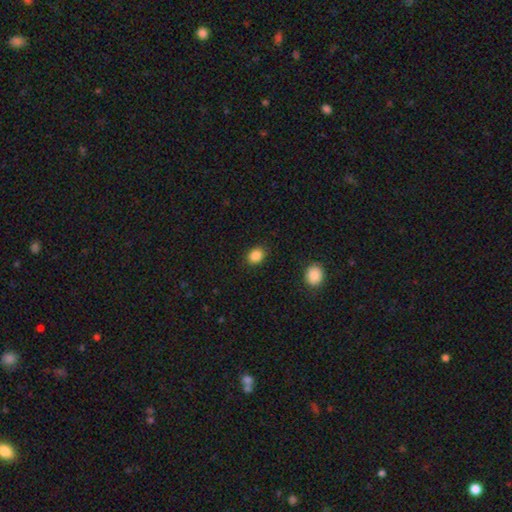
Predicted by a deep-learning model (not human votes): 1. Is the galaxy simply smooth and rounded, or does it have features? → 87% smooth, 10% star or artifact, 3% featured or disk.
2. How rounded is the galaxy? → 52% in between, 47% round, 1% cigar-shaped.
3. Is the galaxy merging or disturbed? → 88% none, 8% minor disturbance, 3% major disturbance, 1% merger.